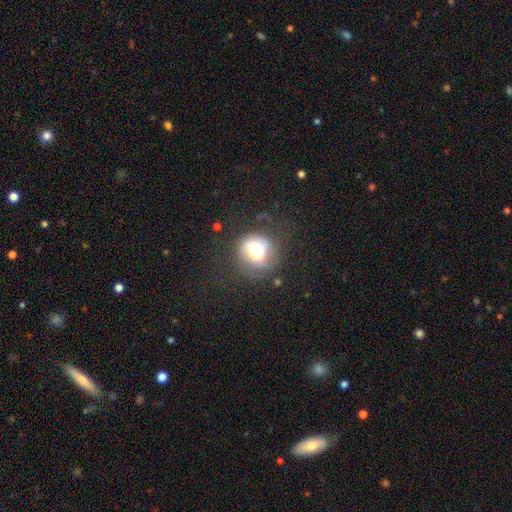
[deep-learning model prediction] This appears to be a featured or disk galaxy (55%) with no bar (52%), spiral arms (81%) and a large central bulge (47%). Merging: none (56%).